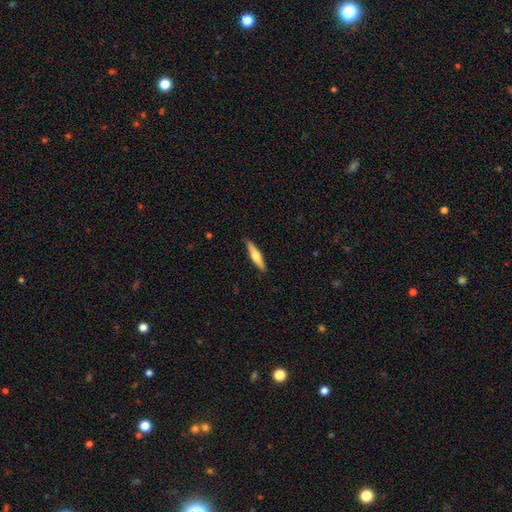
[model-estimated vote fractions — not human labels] Smooth or featured? Predicted: smooth (p=0.52). How rounded? Predicted: cigar-shaped (p=0.85). Merging? Predicted: none (p=0.88).